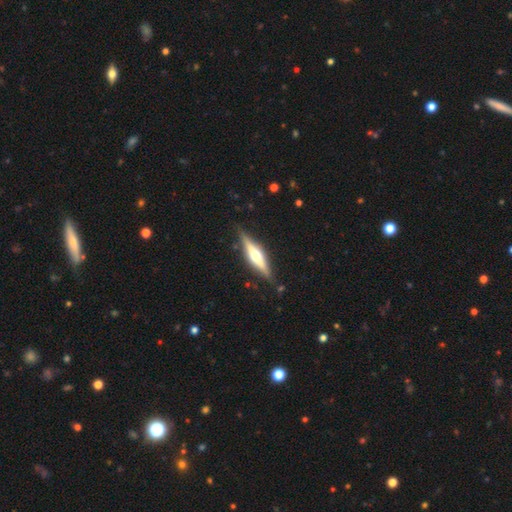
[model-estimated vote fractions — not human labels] smooth_or_featured: featured or disk (p=0.71) [alt: smooth p=0.24]
disk_edge_on: yes (p=0.96) [alt: no p=0.04]
edge_on_bulge: rounded (p=0.92) [alt: boxy p=0.05]
merging: none (p=0.86) [alt: minor disturbance p=0.10]